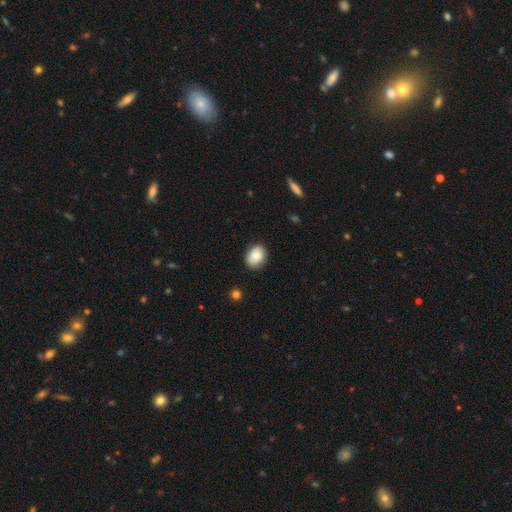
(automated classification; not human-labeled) This appears to be a smooth galaxy with no disk features (83%) that is in between round and cigar-shaped (59%). Merging: none (81%).